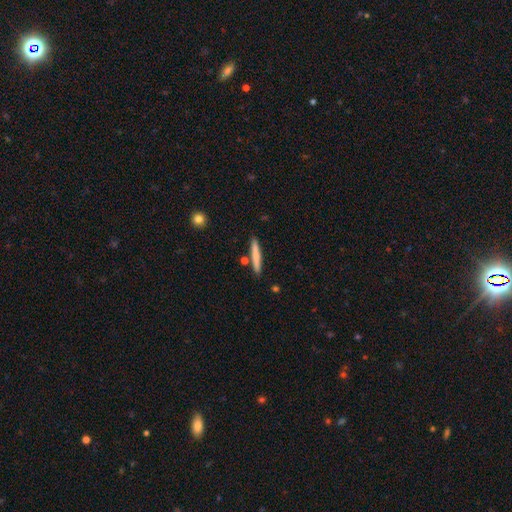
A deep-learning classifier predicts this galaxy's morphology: The model was most divided on "smooth or featured": smooth: 73%, featured or disk: 21%, star or artifact: 6%. More confident: how rounded — cigar-shaped (94%); merging — none (85%).